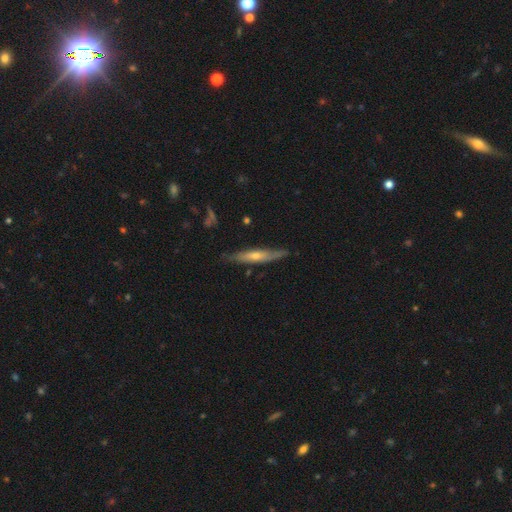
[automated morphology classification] This appears to be a featured or disk galaxy (58%) viewed edge-on (85%). Merging: none (79%).